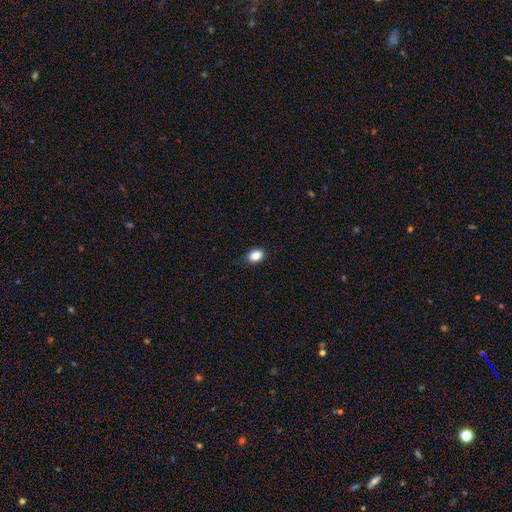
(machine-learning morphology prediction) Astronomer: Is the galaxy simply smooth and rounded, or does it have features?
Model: smooth — 88%.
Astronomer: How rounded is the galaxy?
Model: in between — 71%.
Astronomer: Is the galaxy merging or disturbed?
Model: none — 85%.